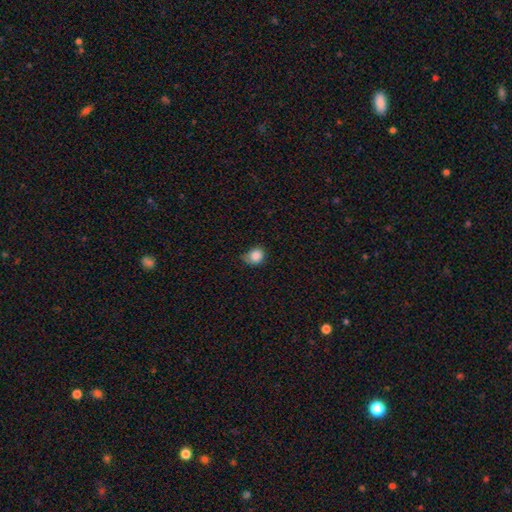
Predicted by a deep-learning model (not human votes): smooth-or-featured: smooth: 86% | star or artifact: 10% | featured or disk: 5%
  how-rounded: round: 70% | in between: 29% | cigar-shaped: 1%
  merging: none: 53% | minor disturbance: 37% | major disturbance: 8% | merger: 2%